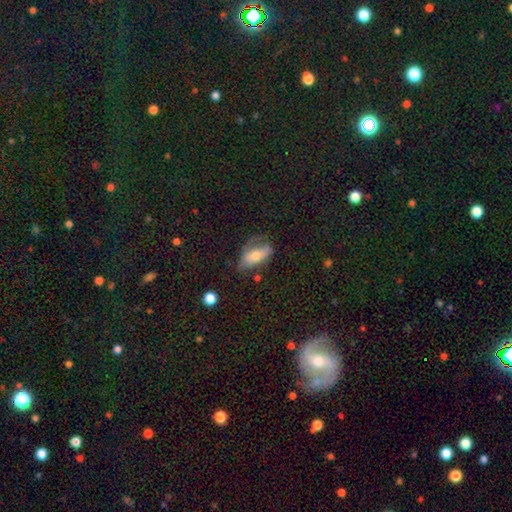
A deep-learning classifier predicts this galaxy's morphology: This is possibly a smooth galaxy (55%). How rounded: clearly in between (81%). Merging: marginally none (43%).